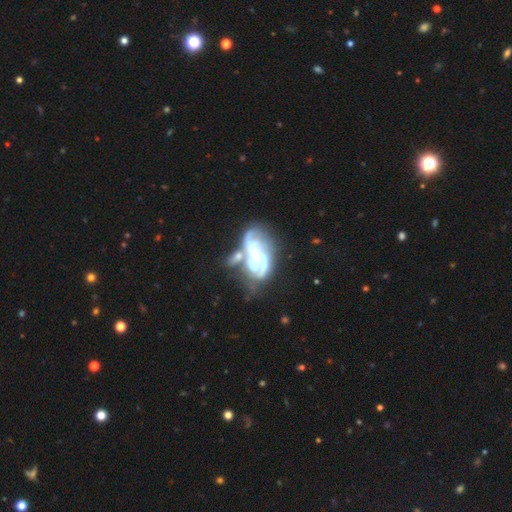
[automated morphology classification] The model was most divided on "bulge size": small: 50%, moderate: 39%, none: 6%, large: 4%, dominant: 2%. Remaining: edge-on disk — no (95%); smooth or featured — featured or disk (76%); bar — no (69%); spiral arms — yes (68%); merging — merger (44%).